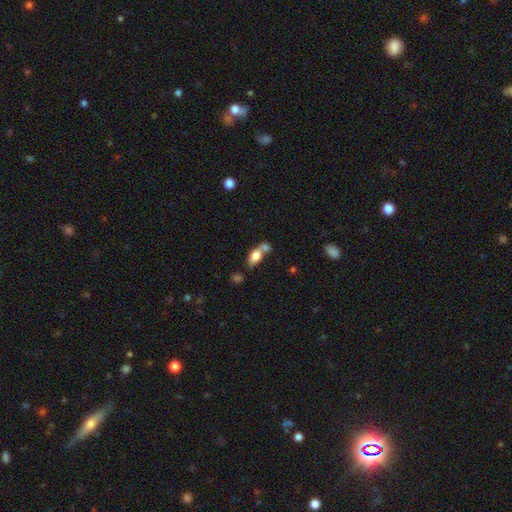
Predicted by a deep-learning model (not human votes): Smooth or featured? smooth (73%)
How rounded? in between (81%)
Merging? merger (45%)